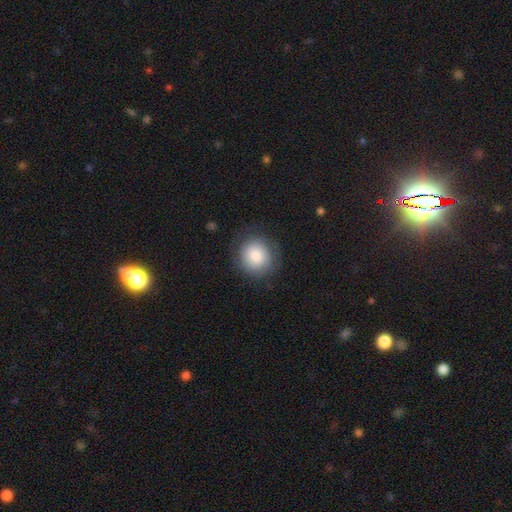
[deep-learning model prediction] Morphology: type=smooth (78%); roundness=round (88%); merging=none (80%).